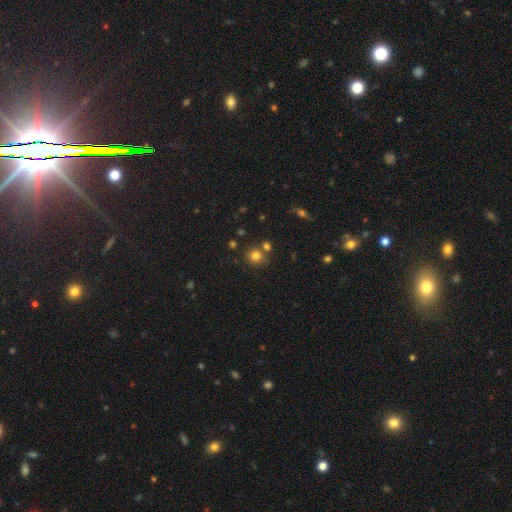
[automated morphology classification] Smooth or featured? Predicted: smooth (p=0.78). How rounded? Predicted: round (p=0.87). Merging? Predicted: none (p=0.69).